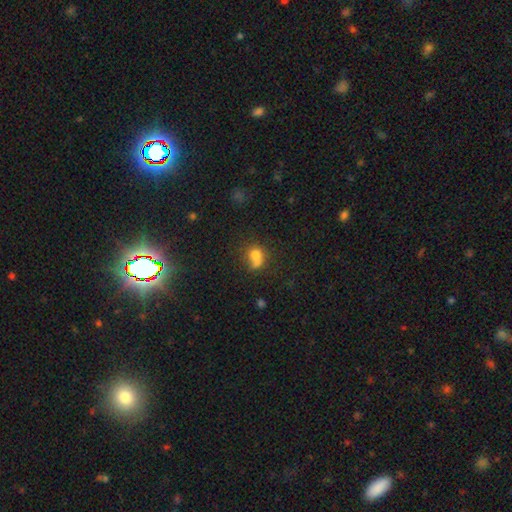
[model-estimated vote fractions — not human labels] smooth 73%, featured or disk 15%, star or artifact 12%. Down the decision tree: how rounded — round (71%); merging — merger (50%).